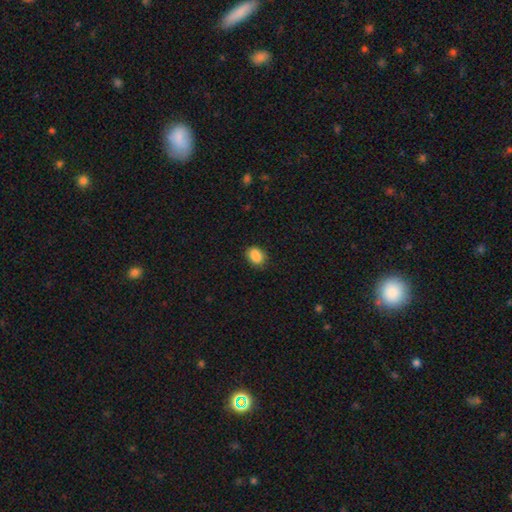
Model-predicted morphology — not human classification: Smooth or featured? smooth (88%)
How rounded? in between (66%)
Merging? none (85%)